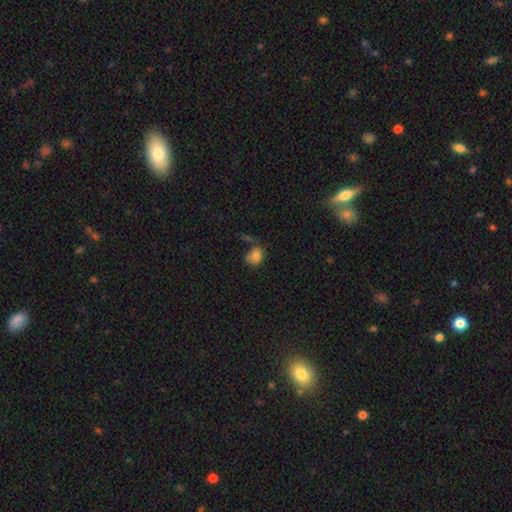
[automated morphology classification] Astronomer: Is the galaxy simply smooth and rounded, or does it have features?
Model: smooth — 76%.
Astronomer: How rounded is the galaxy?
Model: round — 51% (runner-up: in between, 48%).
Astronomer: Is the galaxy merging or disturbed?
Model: none — 41% (runner-up: minor disturbance, 25%).